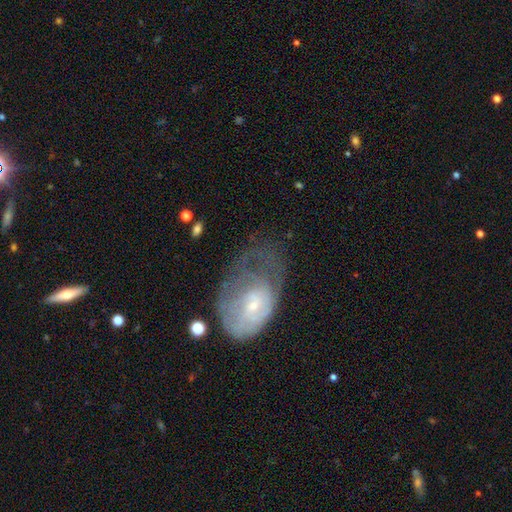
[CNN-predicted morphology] Smooth or featured? Predicted: featured or disk (p=0.56). Edge-on disk? Predicted: no (p=0.94). Bar? Predicted: no (p=0.72). Spiral arms? Predicted: yes (p=0.60). Bulge size? Predicted: small (p=0.45). Merging? Predicted: none (p=0.44).